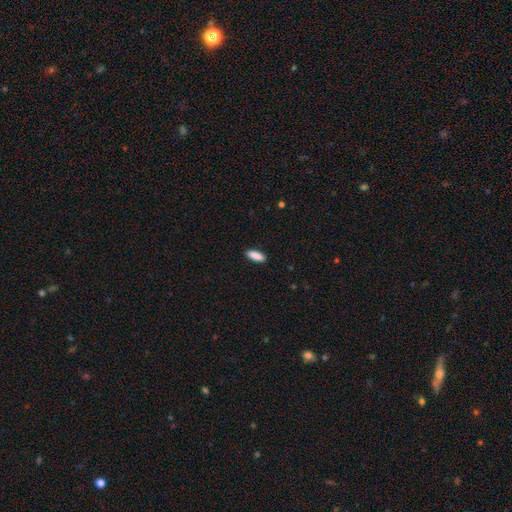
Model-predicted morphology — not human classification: smooth_or_featured: smooth (p=0.89) [alt: star or artifact p=0.06]
how_rounded: in between (p=0.64) [alt: cigar-shaped p=0.34]
merging: none (p=0.90) [alt: minor disturbance p=0.08]